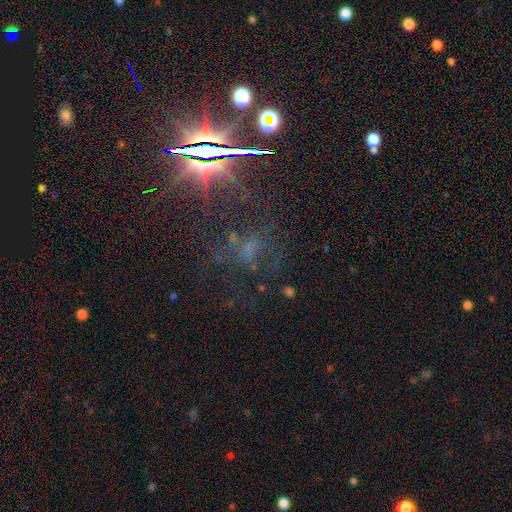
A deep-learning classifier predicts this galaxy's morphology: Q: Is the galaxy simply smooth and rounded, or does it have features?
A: star or artifact — 73%.